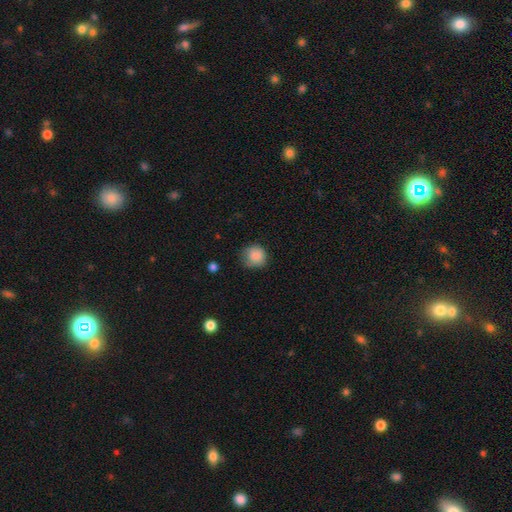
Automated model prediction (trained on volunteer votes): Smooth or featured: smooth — 86% (star or artifact — 9%)
How rounded: round — 88% (in between — 11%)
Merging: none — 67% (minor disturbance — 25%)